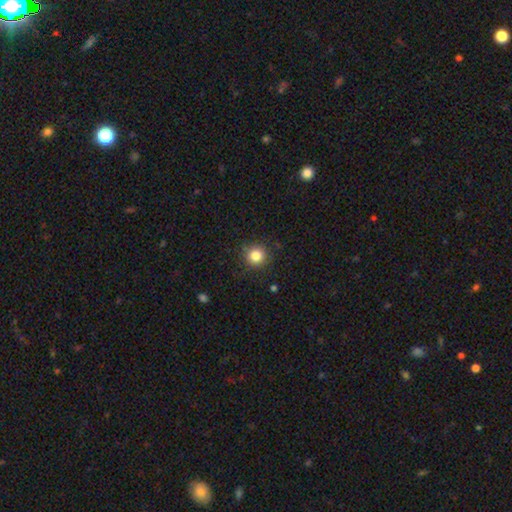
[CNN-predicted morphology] Smooth or featured?
  - smooth: 83% *
  - star or artifact: 12%
  - featured or disk: 6%
How rounded?
  - round: 94% *
  - in between: 5%
  - cigar-shaped: 1%
Merging?
  - none: 89% *
  - minor disturbance: 8%
  - major disturbance: 2%
  - merger: 1%